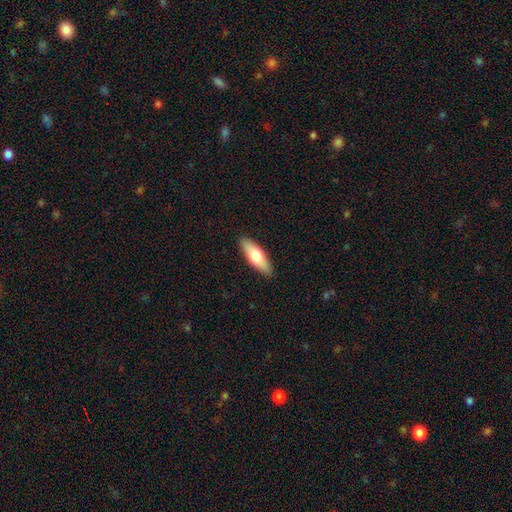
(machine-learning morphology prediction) This is likely a smooth galaxy (70%). How rounded: likely in between (60%). Merging: clearly none (89%).